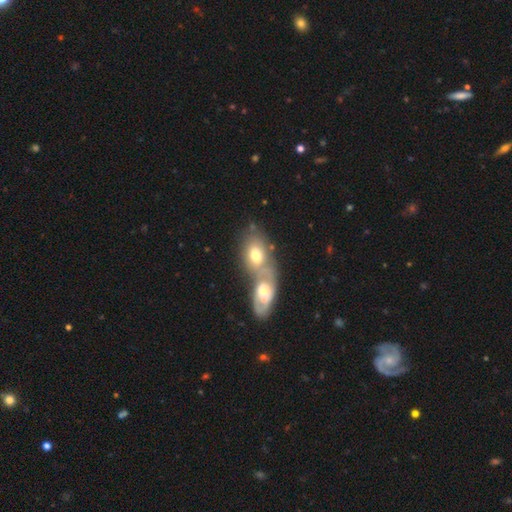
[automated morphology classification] Smooth or featured? smooth (56%)
How rounded? in between (86%)
Merging? merger (67%)